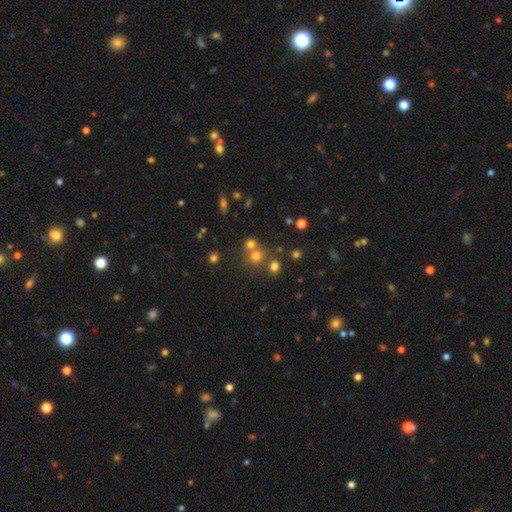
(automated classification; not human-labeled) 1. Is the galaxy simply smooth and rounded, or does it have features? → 68% smooth, 23% star or artifact, 10% featured or disk.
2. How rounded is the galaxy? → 88% round, 11% in between, 1% cigar-shaped.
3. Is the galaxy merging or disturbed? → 59% none, 30% merger, 7% minor disturbance, 3% major disturbance.